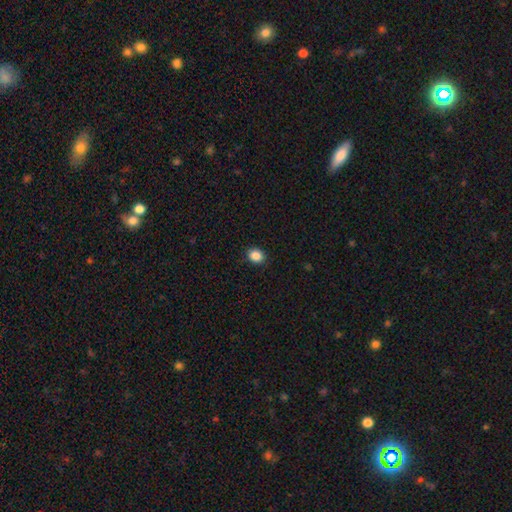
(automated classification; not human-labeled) smooth 87%, star or artifact 10%, featured or disk 3%. Down the decision tree: how rounded — round (57%); merging — none (89%).